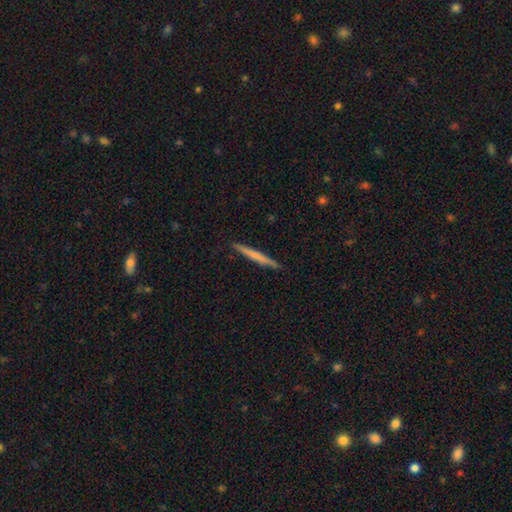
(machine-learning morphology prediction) This appears to be a smooth galaxy with no disk features (55%) that is cigar-shaped (97%). Merging: none (92%).